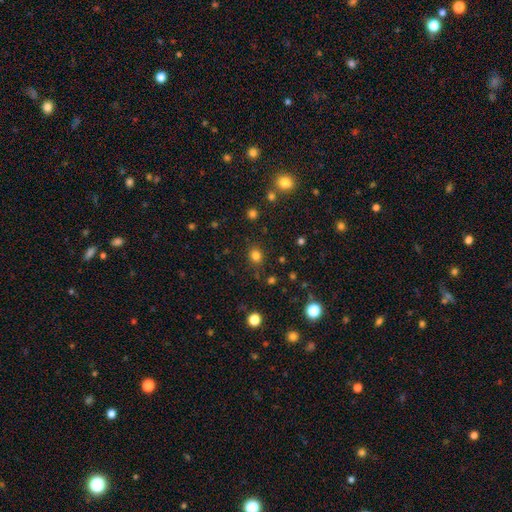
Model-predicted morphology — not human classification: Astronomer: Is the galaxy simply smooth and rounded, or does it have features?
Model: smooth — 80%.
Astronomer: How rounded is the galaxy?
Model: round — 73%.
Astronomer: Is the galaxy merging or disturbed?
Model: none — 85%.